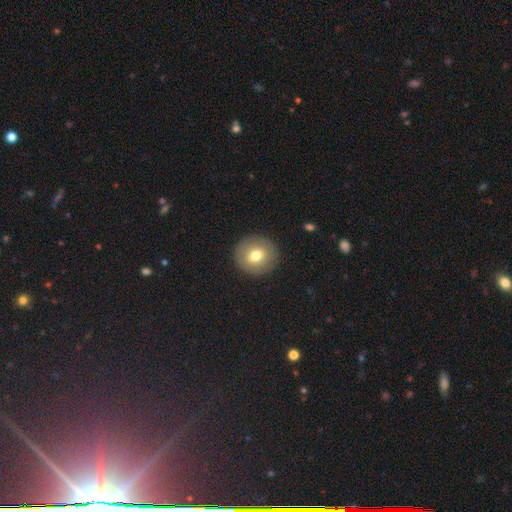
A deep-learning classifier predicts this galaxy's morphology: This appears to be a smooth galaxy with no disk features (68%) that is round (89%). Merging: none (90%).